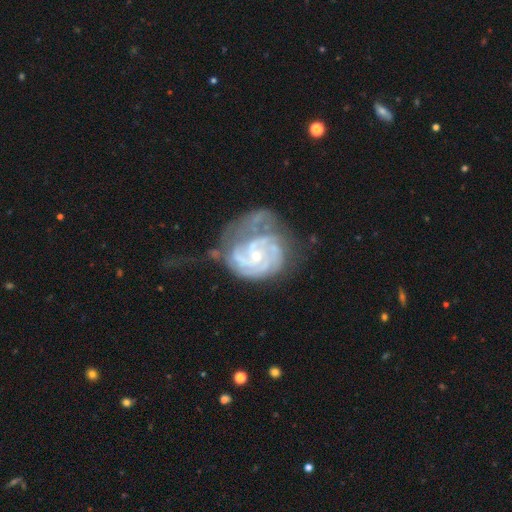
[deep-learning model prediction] smooth_or_featured: featured or disk (p=0.89) [alt: smooth p=0.06]
disk_edge_on: no (p=0.98) [alt: yes p=0.02]
bar: no (p=0.67) [alt: weak p=0.27]
has_spiral_arms: yes (p=0.97) [alt: no p=0.03]
spiral_winding: tight (p=0.65) [alt: medium p=0.29]
spiral_arm_count: 3 (p=0.30) [alt: 2 p=0.27]
bulge_size: small (p=0.69) [alt: moderate p=0.27]
merging: none (p=0.34) [alt: major disturbance p=0.31]